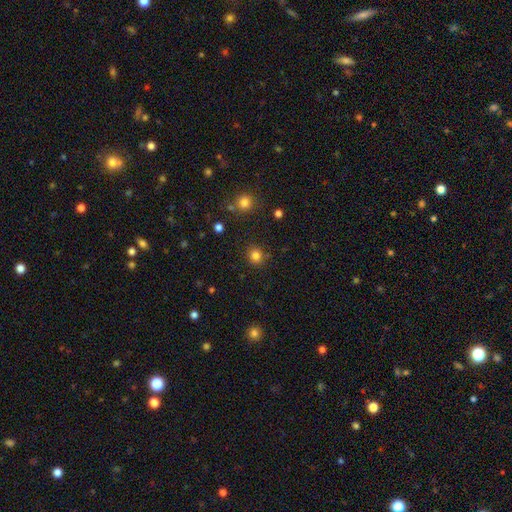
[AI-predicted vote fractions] smooth-or-featured: smooth: 82% | star or artifact: 13% | featured or disk: 5%
  how-rounded: round: 85% | in between: 14% | cigar-shaped: 1%
  merging: none: 86% | minor disturbance: 8% | major disturbance: 3% | merger: 3%